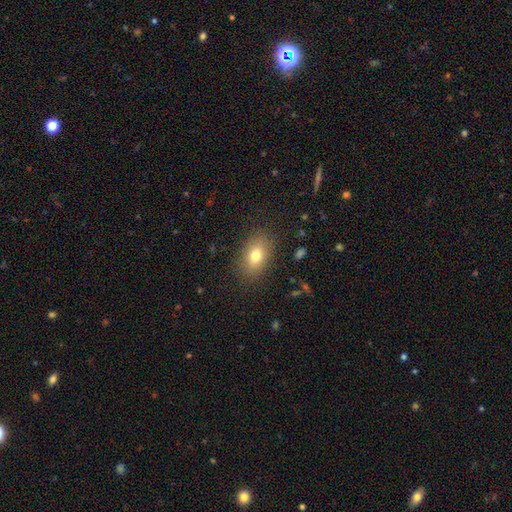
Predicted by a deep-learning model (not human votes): Morphology: type=smooth (76%); roundness=in between (83%); merging=none (85%).